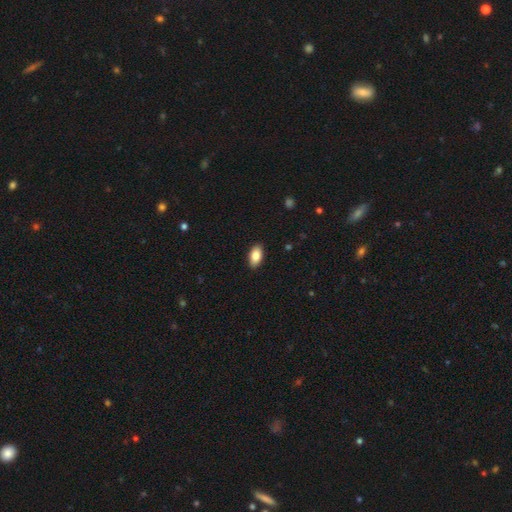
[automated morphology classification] smooth 85%, featured or disk 8%, star or artifact 7%. Down the decision tree: how rounded — in between (93%); merging — none (90%).